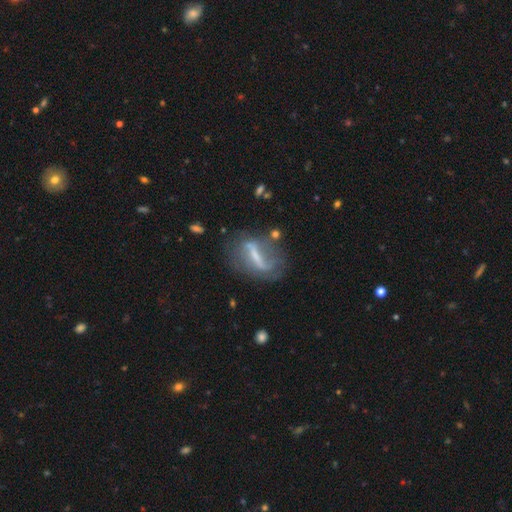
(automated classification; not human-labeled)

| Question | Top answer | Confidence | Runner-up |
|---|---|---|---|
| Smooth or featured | featured or disk | 68% | smooth (22%) |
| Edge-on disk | no | 87% | yes (13%) |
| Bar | strong | 62% | weak (25%) |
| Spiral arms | yes | 61% | no (39%) |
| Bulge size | small | 36% | none (34%) |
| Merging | none | 53% | minor disturbance (22%) |